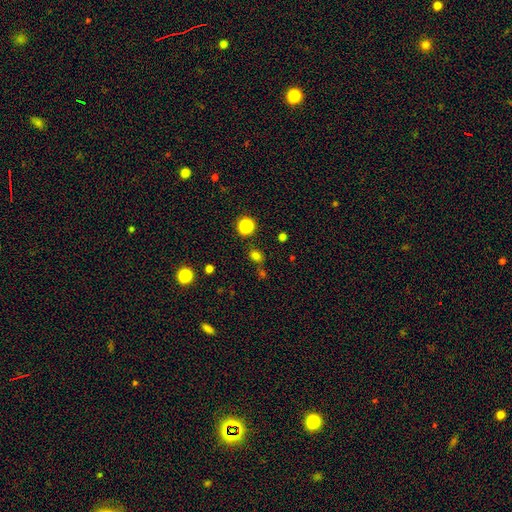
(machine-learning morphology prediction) The model was most divided on "how rounded": in between: 52%, round: 46%, cigar-shaped: 2%. More confident: smooth or featured — smooth (72%); merging — none (71%).